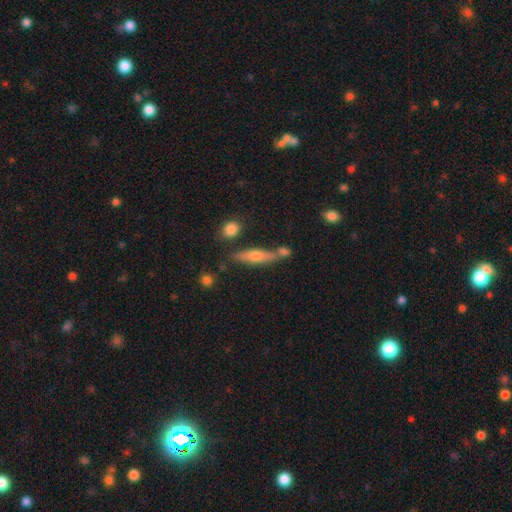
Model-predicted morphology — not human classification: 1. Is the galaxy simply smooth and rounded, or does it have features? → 53% featured or disk, 38% smooth, 9% star or artifact.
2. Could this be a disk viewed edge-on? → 90% yes, 10% no.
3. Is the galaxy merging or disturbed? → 70% none, 14% minor disturbance, 12% merger, 4% major disturbance.